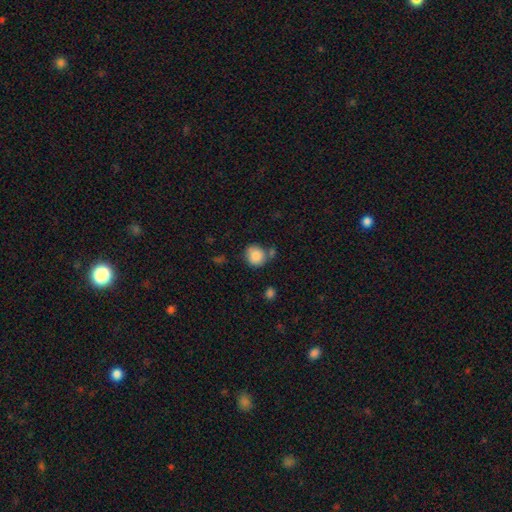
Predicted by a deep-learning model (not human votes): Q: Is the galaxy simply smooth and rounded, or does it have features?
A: smooth — 85%.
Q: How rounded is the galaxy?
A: round — 84%.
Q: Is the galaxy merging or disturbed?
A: none — 65%.